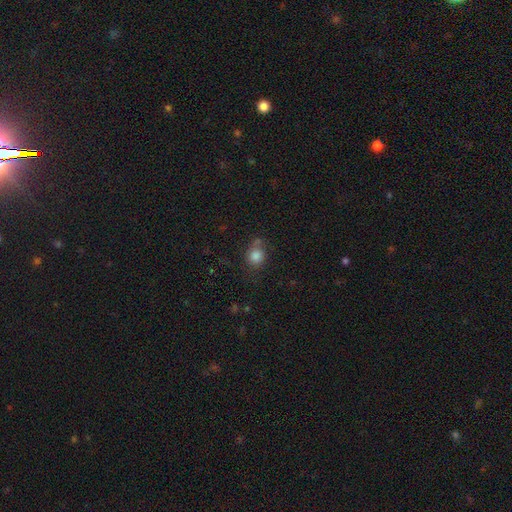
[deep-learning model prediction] smooth-or-featured: smooth: 82% | star or artifact: 11% | featured or disk: 8%
  how-rounded: round: 76% | in between: 23% | cigar-shaped: 1%
  merging: none: 61% | minor disturbance: 21% | merger: 9% | major disturbance: 8%